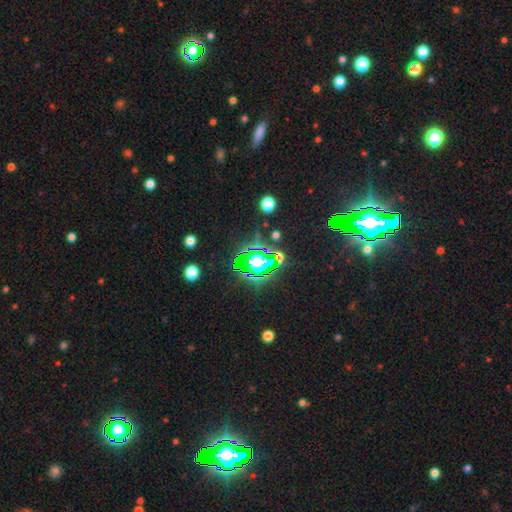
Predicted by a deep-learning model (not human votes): This is likely a star or artifact rather than a galaxy (75%).